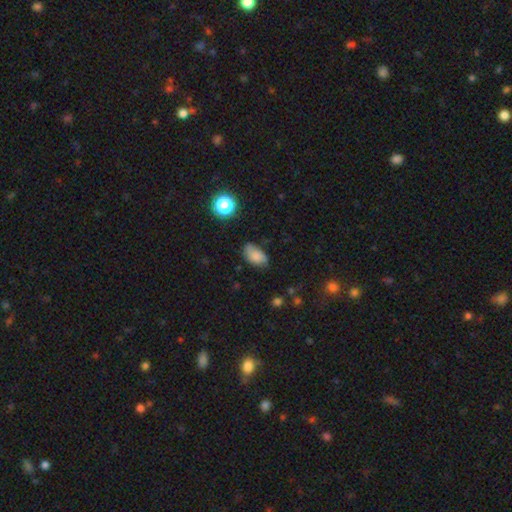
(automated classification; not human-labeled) Morphology: type=smooth (78%); roundness=in between (91%); merging=none (67%).